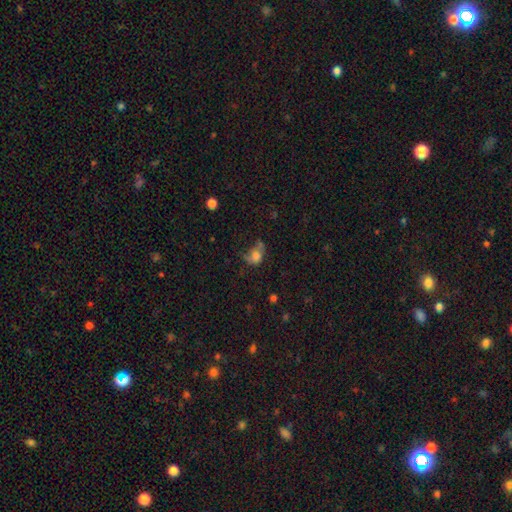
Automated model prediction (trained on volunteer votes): A smooth galaxy with no disk features (68%) that is in between round and cigar-shaped (58%).

Vote fractions:
- Smooth or featured? smooth: 68% / featured or disk: 18% / star or artifact: 14%
- How rounded? in between: 58% / round: 40% / cigar-shaped: 2%
- Merging? major disturbance: 31% / none: 27% / minor disturbance: 24% / merger: 17%